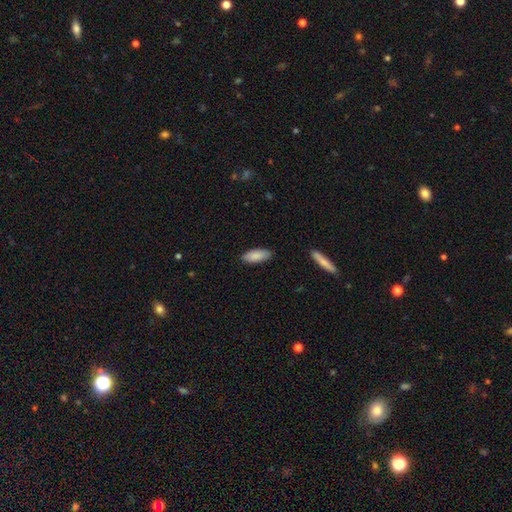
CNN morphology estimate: A smooth galaxy with no disk features (88%) that is in between round and cigar-shaped (79%).

Vote fractions:
- Smooth or featured? smooth: 88% / featured or disk: 6% / star or artifact: 6%
- How rounded? in between: 79% / cigar-shaped: 20% / round: 2%
- Merging? none: 87% / minor disturbance: 10% / major disturbance: 2% / merger: 1%